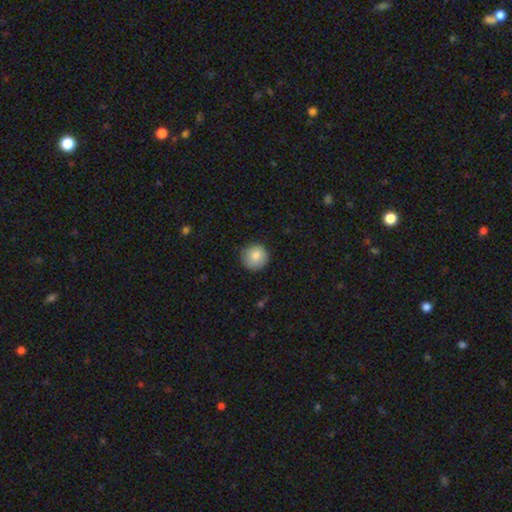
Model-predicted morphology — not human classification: Smooth or featured?
  - smooth: 85% *
  - star or artifact: 8%
  - featured or disk: 7%
How rounded?
  - round: 94% *
  - in between: 5%
  - cigar-shaped: 1%
Merging?
  - none: 86% *
  - minor disturbance: 11%
  - major disturbance: 2%
  - merger: 1%